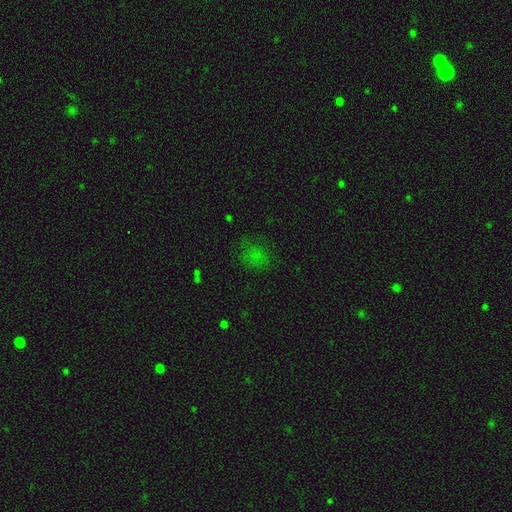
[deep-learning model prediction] smooth_or_featured: smooth (p=0.60) [alt: star or artifact p=0.31]
how_rounded: round (p=0.59) [alt: in between p=0.39]
merging: none (p=0.68) [alt: minor disturbance p=0.19]